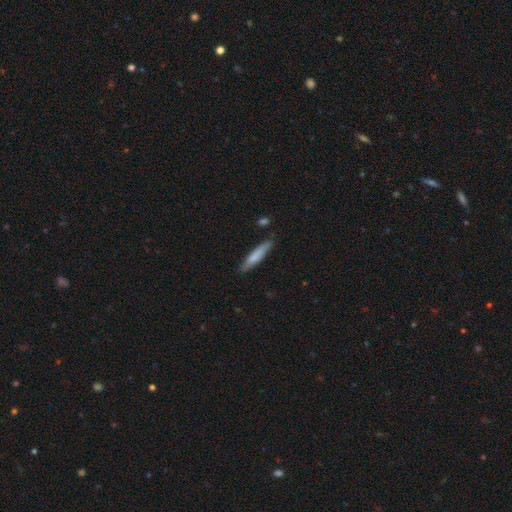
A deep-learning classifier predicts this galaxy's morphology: Smooth or featured: smooth — 72% (featured or disk — 22%)
How rounded: cigar-shaped — 87% (in between — 12%)
Merging: none — 80% (minor disturbance — 15%)